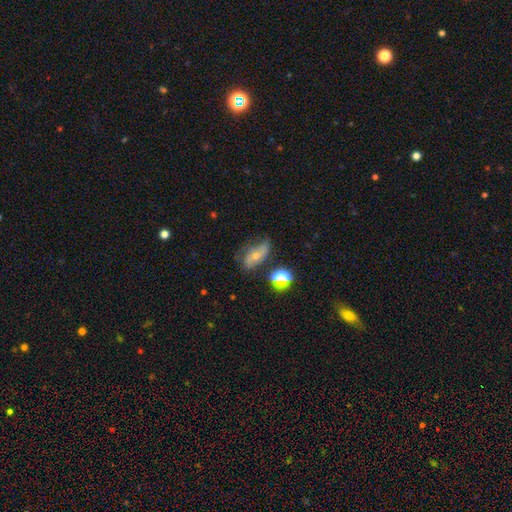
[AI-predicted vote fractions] smooth 44%, featured or disk 43%, star or artifact 14%. Down the decision tree: merging — none (43%).